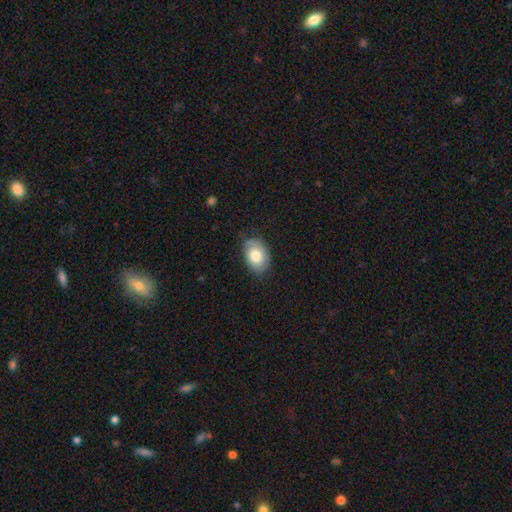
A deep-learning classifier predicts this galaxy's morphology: Smooth or featured? smooth (71%)
How rounded? in between (85%)
Merging? none (71%)